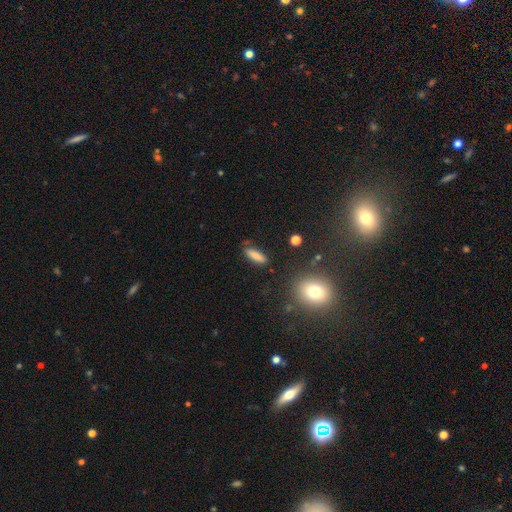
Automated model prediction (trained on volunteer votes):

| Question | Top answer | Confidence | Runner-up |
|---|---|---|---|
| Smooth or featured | smooth | 84% | star or artifact (8%) |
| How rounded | cigar-shaped | 59% | in between (38%) |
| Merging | none | 83% | minor disturbance (12%) |